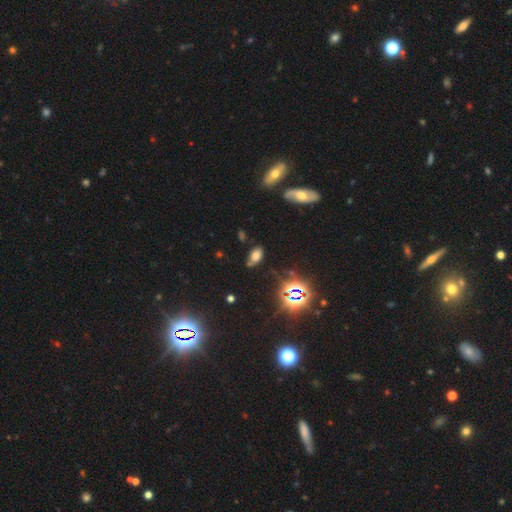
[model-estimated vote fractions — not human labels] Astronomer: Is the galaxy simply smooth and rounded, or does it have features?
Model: smooth — 58%.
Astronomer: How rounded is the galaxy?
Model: in between — 88%.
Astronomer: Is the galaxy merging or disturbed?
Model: none — 60%.